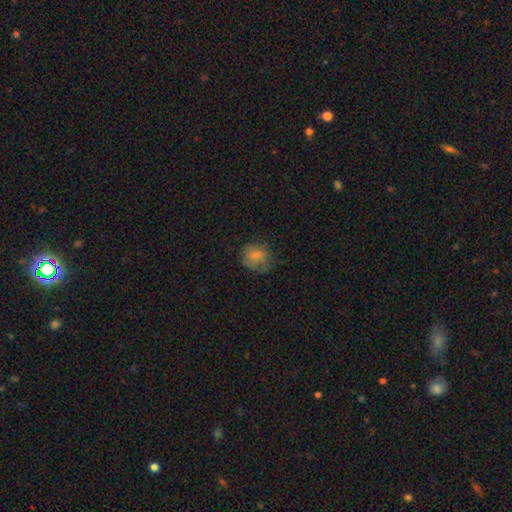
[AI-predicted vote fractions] This appears to be a smooth galaxy with no disk features (71%) that is round (67%). Merging: none (57%).